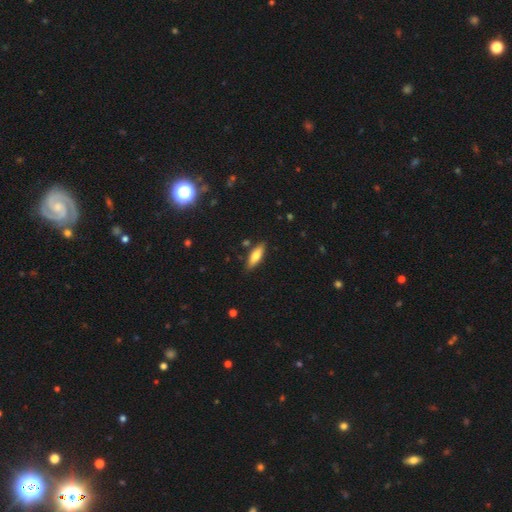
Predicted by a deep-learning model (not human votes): Morphology: type=smooth (65%); roundness=in between (51%); merging=none (84%).